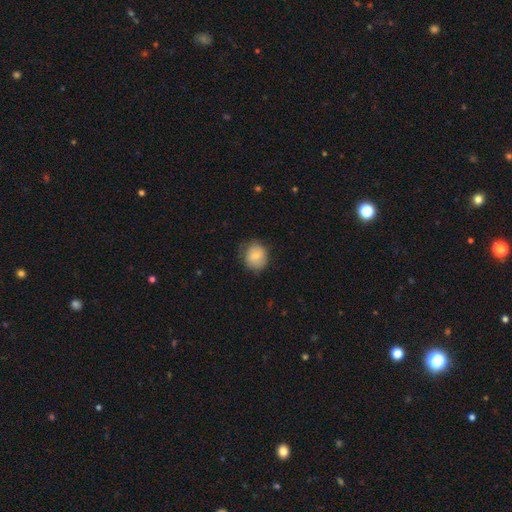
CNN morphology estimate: Smooth or featured? smooth (75%)
How rounded? round (71%)
Merging? none (65%)